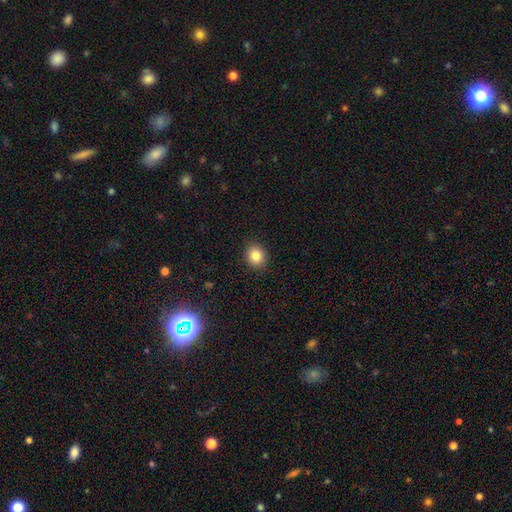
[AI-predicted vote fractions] A smooth galaxy with no disk features (85%) that is round (74%).

Vote fractions:
- Smooth or featured? smooth: 85% / star or artifact: 10% / featured or disk: 5%
- How rounded? round: 74% / in between: 25% / cigar-shaped: 1%
- Merging? none: 91% / minor disturbance: 6% / major disturbance: 2% / merger: 1%